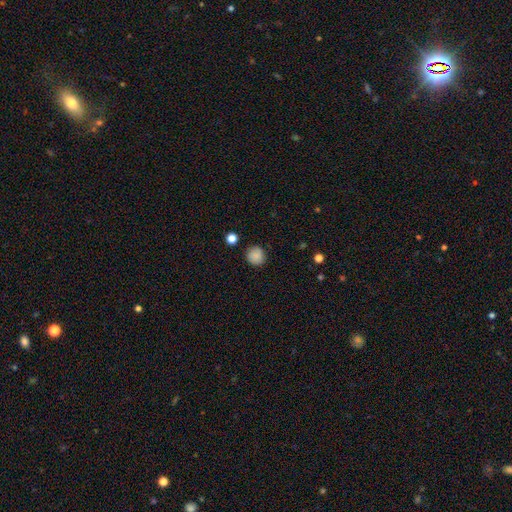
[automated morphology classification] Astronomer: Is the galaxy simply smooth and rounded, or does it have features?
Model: smooth — 87%.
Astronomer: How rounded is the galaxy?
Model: round — 91%.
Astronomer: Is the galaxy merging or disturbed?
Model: none — 87%.